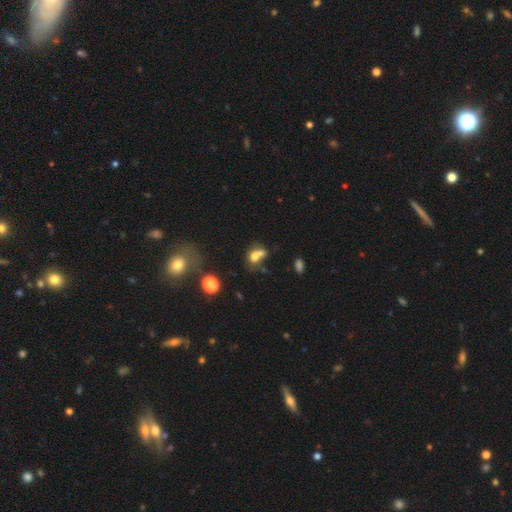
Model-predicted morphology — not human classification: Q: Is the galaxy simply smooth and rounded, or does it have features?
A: smooth — 66%.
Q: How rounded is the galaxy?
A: in between — 53%.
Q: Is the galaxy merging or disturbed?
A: merger — 58%.